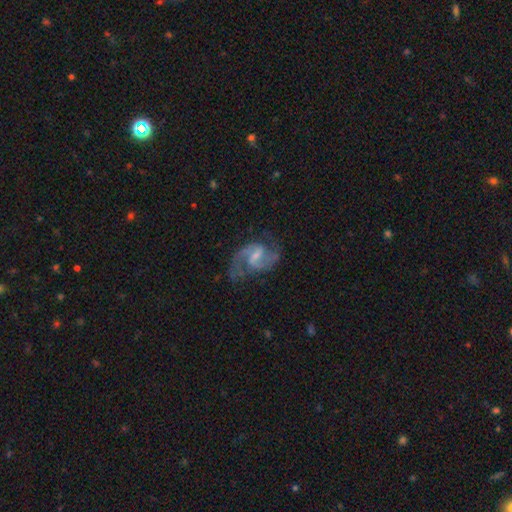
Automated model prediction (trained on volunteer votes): A featured or disk galaxy (89%) with a weak bar (59%), 2 (92%) medium (56%) spiral arms (97%) and a small central bulge (49%). Merging: none (71%).